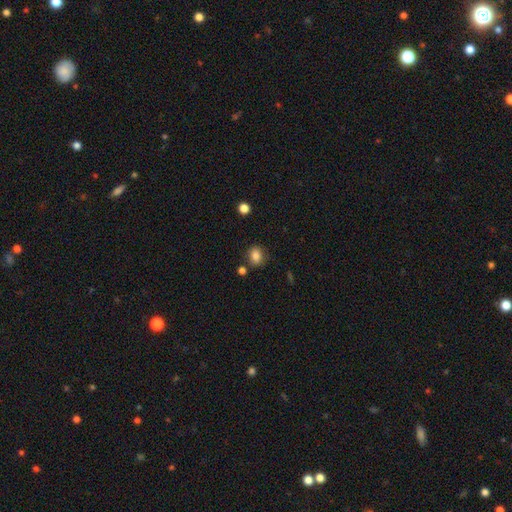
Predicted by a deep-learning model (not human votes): The model was most divided on "how rounded": round: 52%, in between: 47%, cigar-shaped: 1%. More confident: smooth or featured — smooth (84%); merging — none (79%).